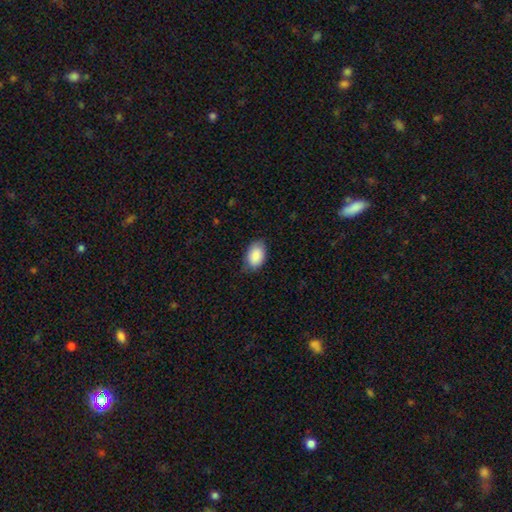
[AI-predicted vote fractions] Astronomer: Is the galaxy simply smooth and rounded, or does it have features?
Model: smooth — 89%.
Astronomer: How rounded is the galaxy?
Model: in between — 91%.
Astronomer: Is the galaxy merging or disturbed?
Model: none — 77%.